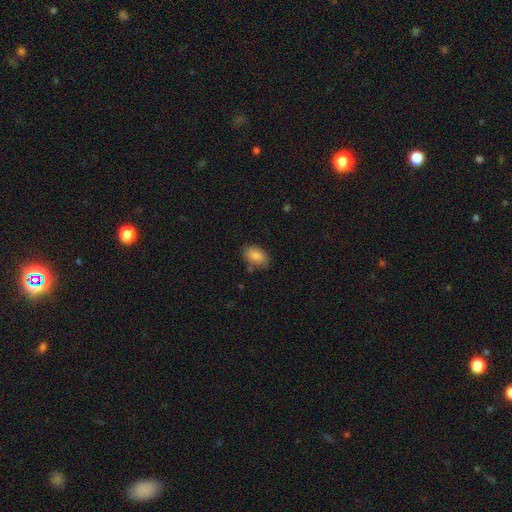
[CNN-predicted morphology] smooth-or-featured: smooth: 86% | star or artifact: 7% | featured or disk: 6%
  how-rounded: in between: 91% | round: 8% | cigar-shaped: 2%
  merging: none: 76% | minor disturbance: 17% | merger: 4% | major disturbance: 4%